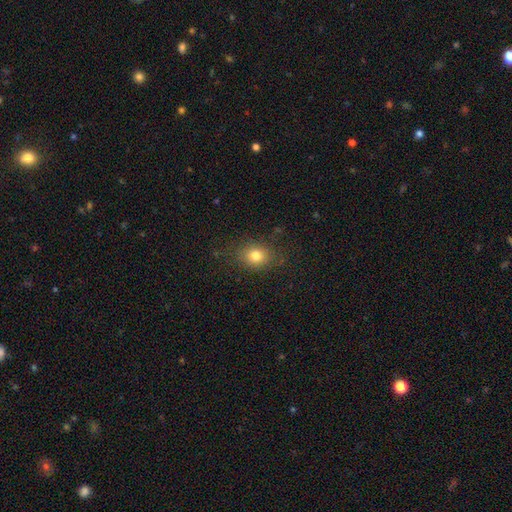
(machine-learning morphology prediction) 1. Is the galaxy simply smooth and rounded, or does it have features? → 79% smooth, 12% star or artifact, 9% featured or disk.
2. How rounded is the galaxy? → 52% round, 47% in between, 1% cigar-shaped.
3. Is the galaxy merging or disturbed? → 82% none, 13% minor disturbance, 5% major disturbance, 1% merger.